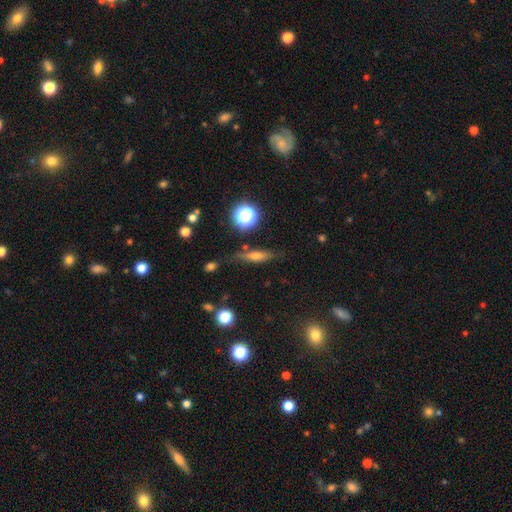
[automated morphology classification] Smooth or featured? Predicted: smooth (p=0.52). How rounded? Predicted: cigar-shaped (p=0.65). Merging? Predicted: none (p=0.75).